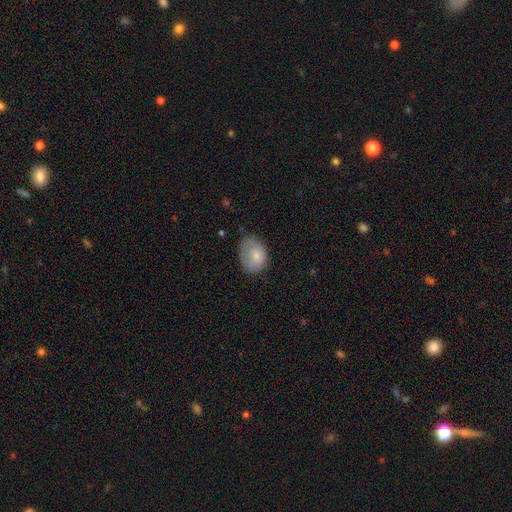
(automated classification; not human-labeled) This is likely a smooth galaxy (73%). How rounded: likely in between (71%). Merging: possibly none (52%).